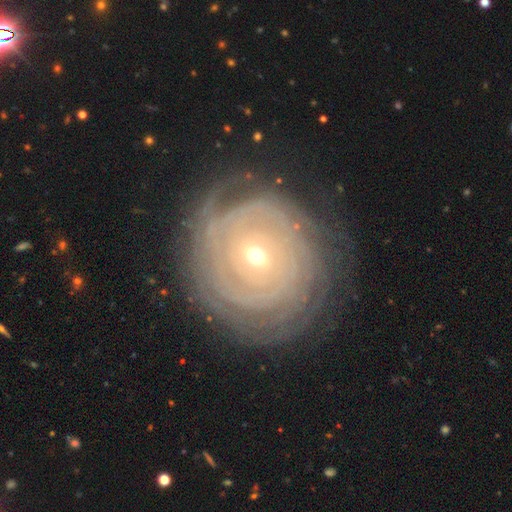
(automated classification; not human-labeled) Smooth or featured? featured or disk (84%)
Edge-on disk? no (97%)
Bar? no (65%)
Spiral arms? yes (94%)
Spiral winding? tight (89%)
Spiral arm count? can't tell (36%)
Bulge size? small (58%)
Merging? none (79%)